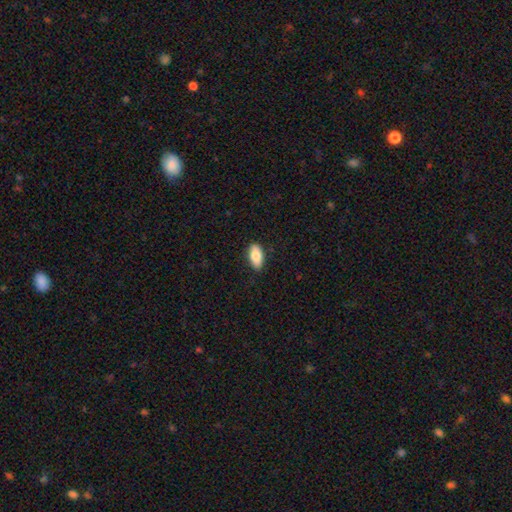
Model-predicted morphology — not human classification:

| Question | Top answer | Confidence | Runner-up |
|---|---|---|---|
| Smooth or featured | smooth | 83% | featured or disk (10%) |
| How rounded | in between | 90% | cigar-shaped (7%) |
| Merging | none | 87% | minor disturbance (10%) |